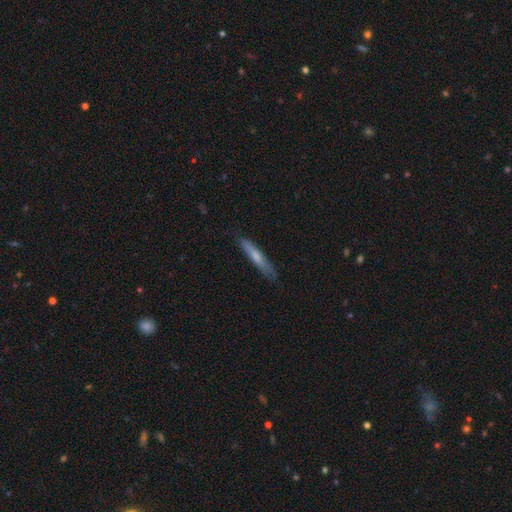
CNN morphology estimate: Overall: smooth (58%; featured or disk 36%). How rounded: cigar-shaped (92%). Merging: none (80%).